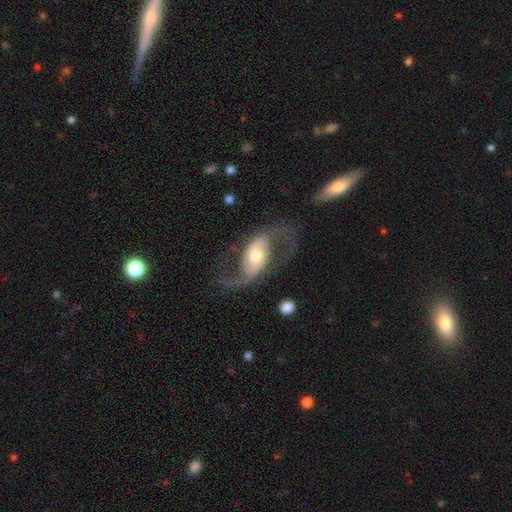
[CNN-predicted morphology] Smooth or featured?
  - featured or disk: 89% *
  - smooth: 7%
  - star or artifact: 4%
Edge-on disk?
  - no: 96% *
  - yes: 4%
Bar?
  - no: 44% *
  - weak: 37%
  - strong: 20%
Spiral arms?
  - yes: 95% *
  - no: 5%
Spiral winding?
  - loose: 61% *
  - medium: 33%
  - tight: 6%
Spiral arm count?
  - 2: 93% *
  - 1: 2%
  - can't tell: 2%
  - 3: 1%
  - 4: 1%
  - more than 4: 1%
Bulge size?
  - moderate: 64% *
  - small: 20%
  - large: 13%
  - dominant: 2%
  - none: 1%
Merging?
  - none: 73% *
  - minor disturbance: 13%
  - major disturbance: 12%
  - merger: 2%